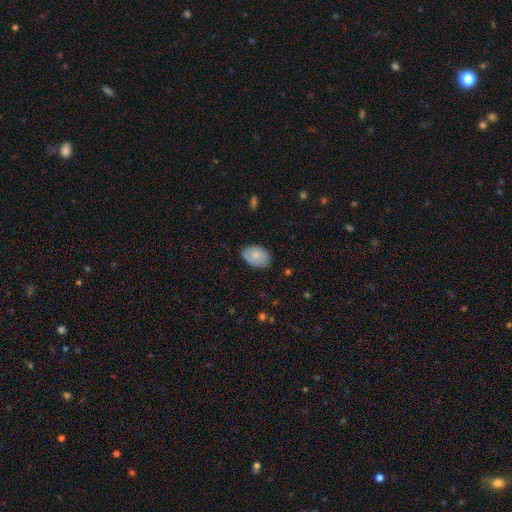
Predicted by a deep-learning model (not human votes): A smooth galaxy with no disk features (75%) that is in between round and cigar-shaped (84%). Merging: none (79%).